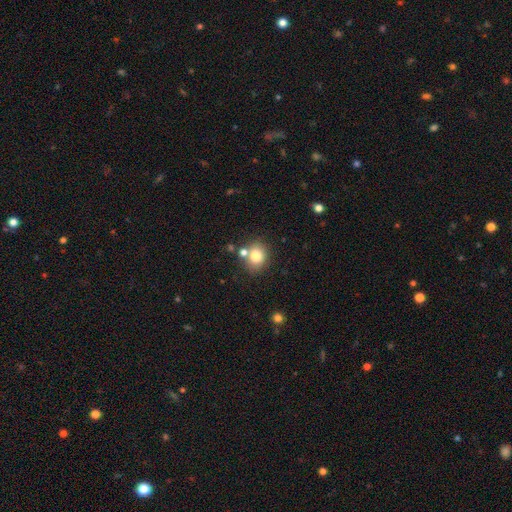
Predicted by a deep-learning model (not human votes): Morphology: type=smooth (79%); roundness=round (66%); merging=none (66%).